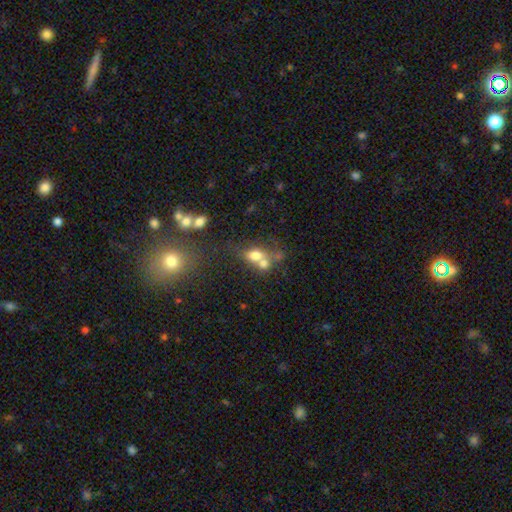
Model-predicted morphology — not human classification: This appears to be a smooth galaxy with no disk features (68%) that is in between round and cigar-shaped (55%). Merging: merger (57%).